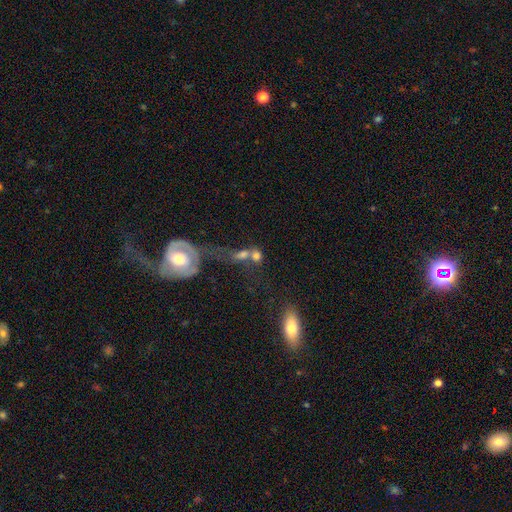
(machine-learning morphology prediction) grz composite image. It shows a smooth galaxy with no disk features (65%) that is in between round and cigar-shaped (47%). Merging: merger (59%).